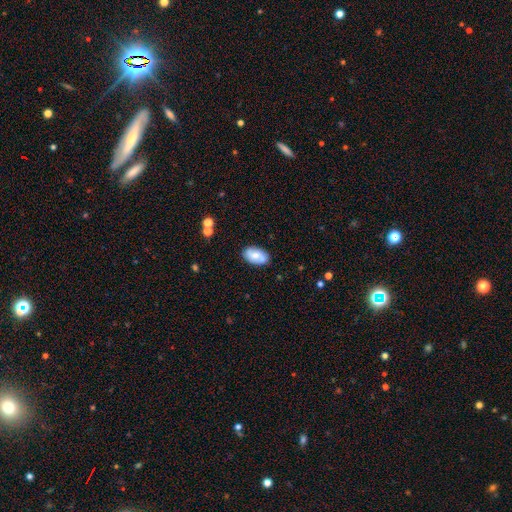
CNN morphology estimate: The model was most divided on "smooth or featured": smooth: 59%, featured or disk: 33%, star or artifact: 8%. More confident: how rounded — in between (92%); merging — none (76%).